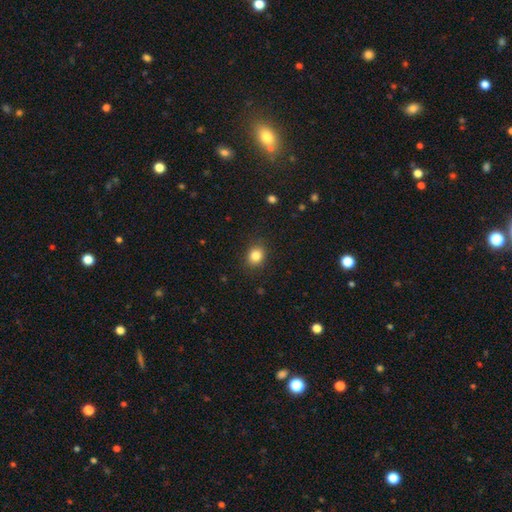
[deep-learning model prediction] This appears to be a smooth galaxy with no disk features (84%) that is round (62%). Merging: none (88%).